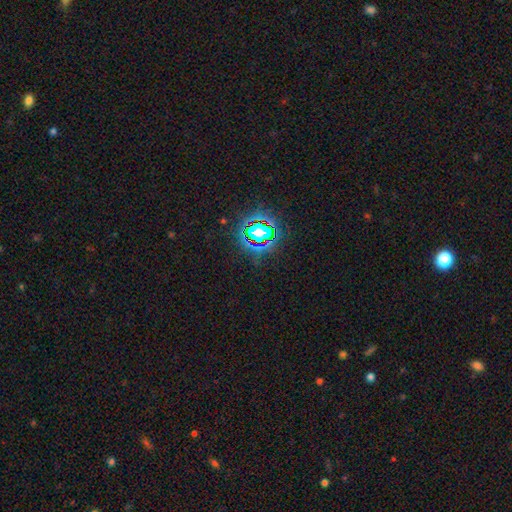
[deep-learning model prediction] star or artifact 80%, smooth 13%, featured or disk 7%.